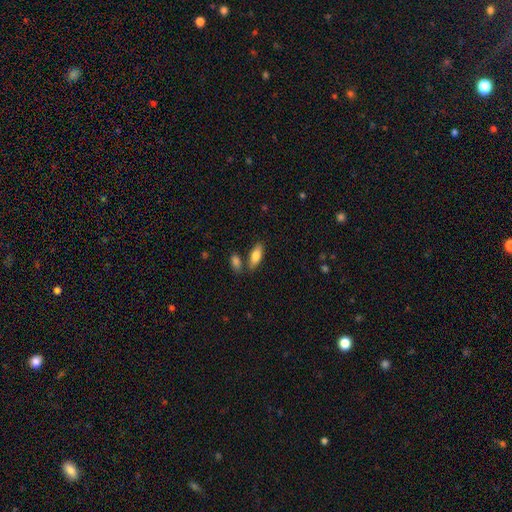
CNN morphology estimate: The model was most divided on "how rounded": in between: 74%, cigar-shaped: 23%, round: 2%. More confident: smooth or featured — smooth (79%); merging — none (71%).